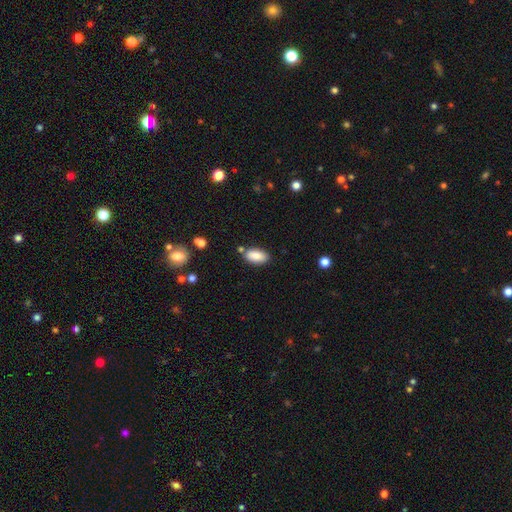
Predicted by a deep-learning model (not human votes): The model was most divided on "merging": none: 77%, minor disturbance: 13%, merger: 6%, major disturbance: 3%. More confident: how rounded — in between (92%); smooth or featured — smooth (86%).